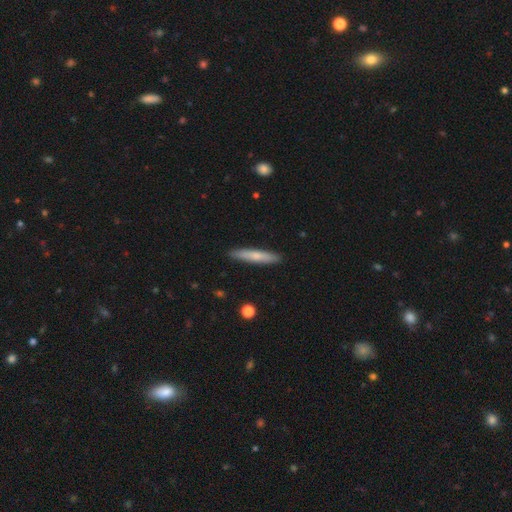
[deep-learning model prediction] smooth-or-featured: smooth: 66% | featured or disk: 28% | star or artifact: 5%
  how-rounded: cigar-shaped: 92% | in between: 7% | round: 1%
  merging: none: 90% | minor disturbance: 7% | major disturbance: 1% | merger: 1%